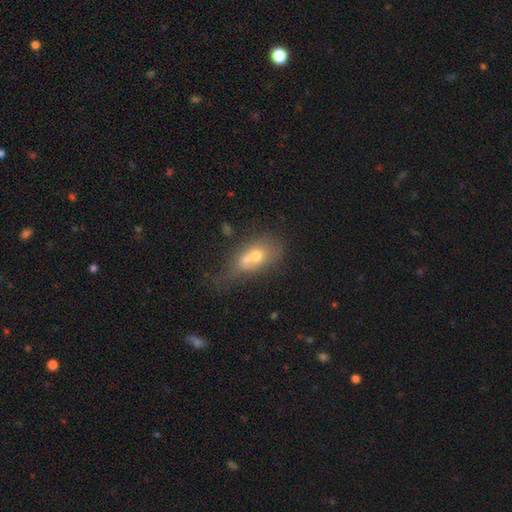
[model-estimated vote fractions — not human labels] The model was most divided on "how rounded": in between: 60%, round: 36%, cigar-shaped: 5%. More confident: merging — merger (60%); smooth or featured — smooth (58%).